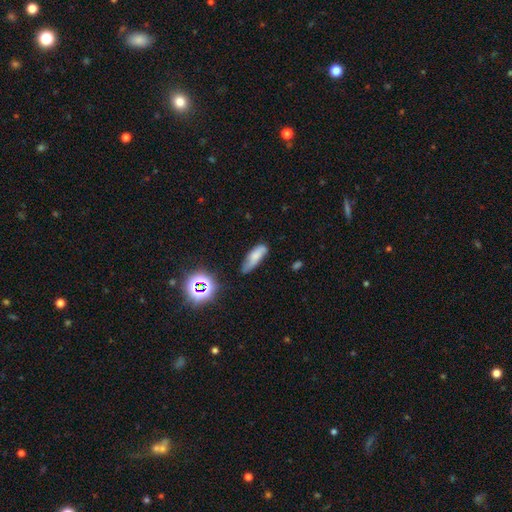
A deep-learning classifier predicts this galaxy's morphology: smooth 68%, featured or disk 20%, star or artifact 12%. Down the decision tree: how rounded — in between (56%); merging — none (52%).